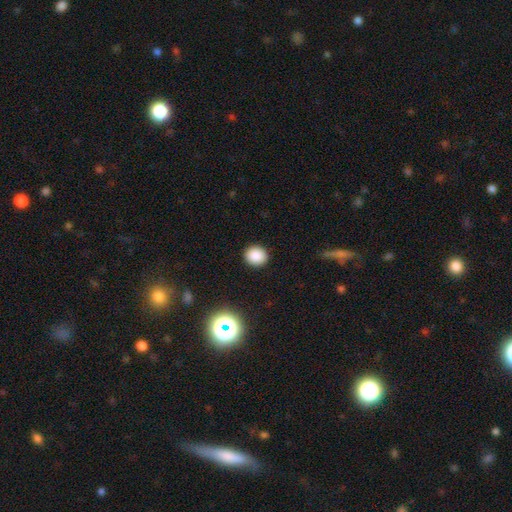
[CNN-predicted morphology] Q: Smooth or featured?
A: smooth (86%); runner-up: star or artifact (11%)
Q: How rounded?
A: round (80%); runner-up: in between (19%)
Q: Merging?
A: none (91%); runner-up: minor disturbance (6%)